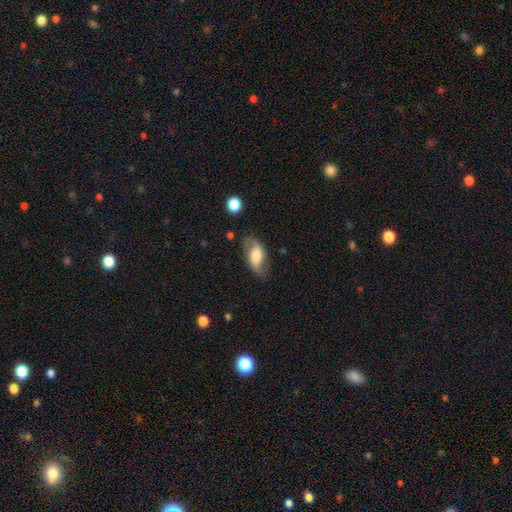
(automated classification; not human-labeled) smooth_or_featured: smooth (p=0.48) [alt: featured or disk p=0.45]
merging: none (p=0.67) [alt: minor disturbance p=0.22]